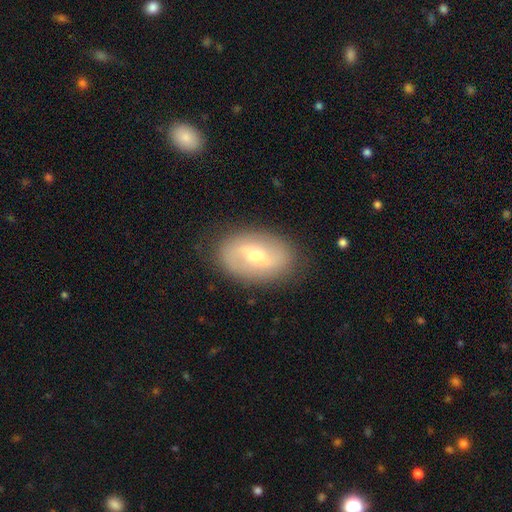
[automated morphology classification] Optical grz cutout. It shows a featured or disk galaxy (65%) with a weak bar (48%), spiral arms (72%) and a moderate central bulge (63%). Merging: none (85%).